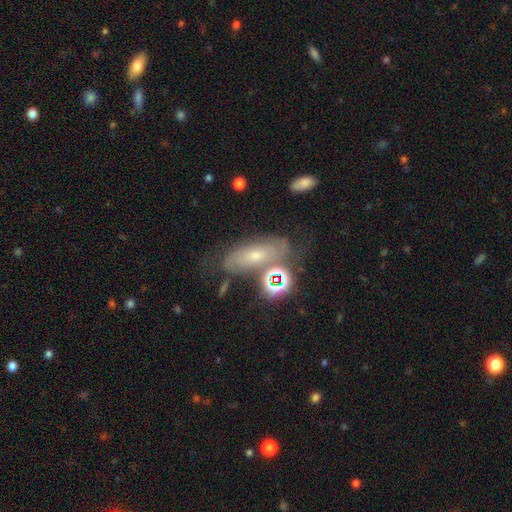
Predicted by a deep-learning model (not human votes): featured or disk 51%, smooth 30%, star or artifact 20%. Down the decision tree: edge-on disk — no (81%); merging — none (52%).